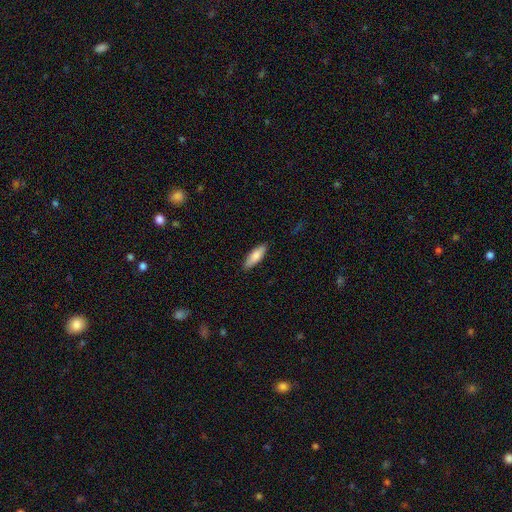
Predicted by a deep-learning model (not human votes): Smooth or featured?
  - smooth: 83% *
  - featured or disk: 12%
  - star or artifact: 6%
How rounded?
  - in between: 55% *
  - cigar-shaped: 43%
  - round: 2%
Merging?
  - none: 88% *
  - minor disturbance: 9%
  - major disturbance: 2%
  - merger: 1%